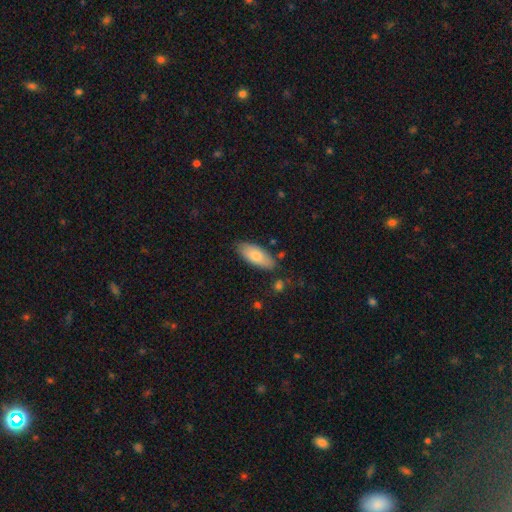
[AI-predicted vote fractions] smooth 78%, featured or disk 16%, star or artifact 6%. Down the decision tree: how rounded — in between (84%); merging — none (81%).